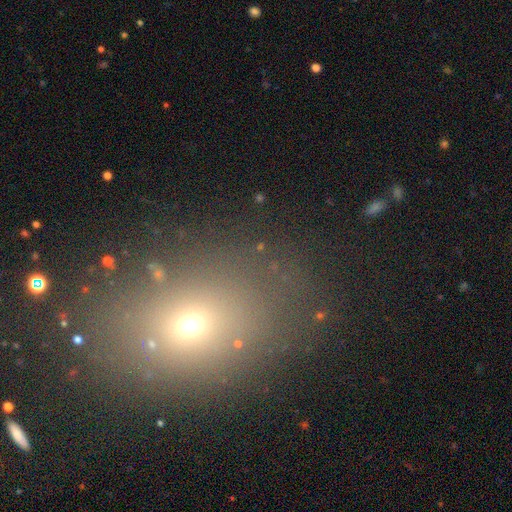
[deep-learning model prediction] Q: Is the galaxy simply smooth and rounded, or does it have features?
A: smooth — 57%.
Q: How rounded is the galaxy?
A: in between — 61%.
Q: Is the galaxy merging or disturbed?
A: none — 80%.